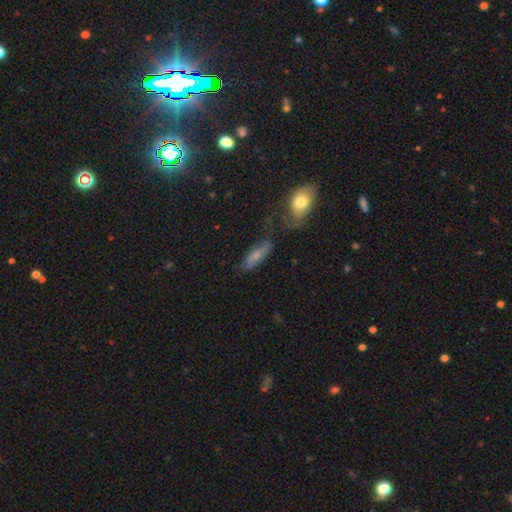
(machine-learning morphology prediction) A smooth galaxy with no disk features (65%) that is cigar-shaped (49%).

Vote fractions:
- Smooth or featured? smooth: 65% / featured or disk: 27% / star or artifact: 8%
- How rounded? cigar-shaped: 49% / in between: 47% / round: 4%
- Merging? none: 63% / minor disturbance: 21% / merger: 8% / major disturbance: 8%